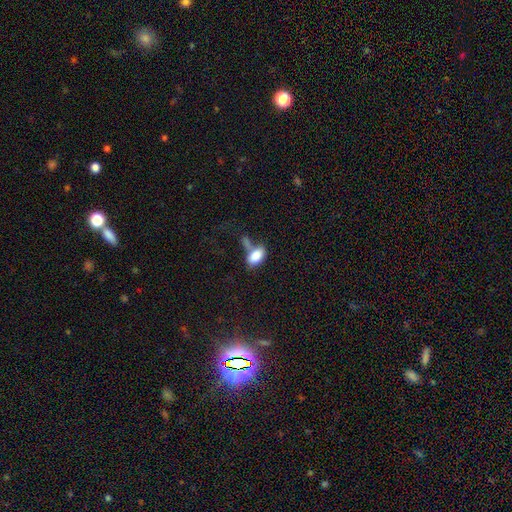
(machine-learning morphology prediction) A smooth galaxy with no disk features (82%) that is in between round and cigar-shaped (92%). Merging: merger (37%).